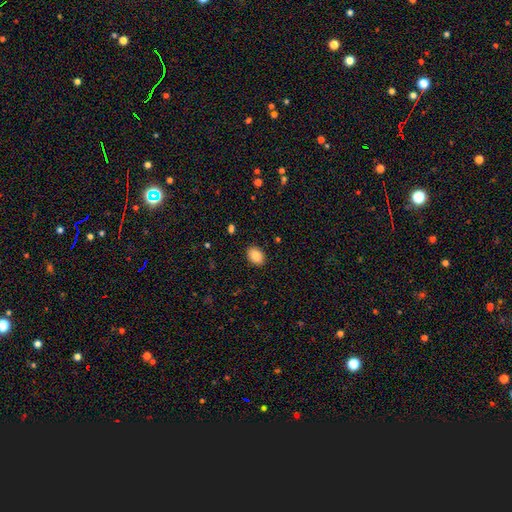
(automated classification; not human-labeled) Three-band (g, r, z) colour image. It shows a smooth galaxy with no disk features (88%) that is in between round and cigar-shaped (79%). Merging: none (88%).